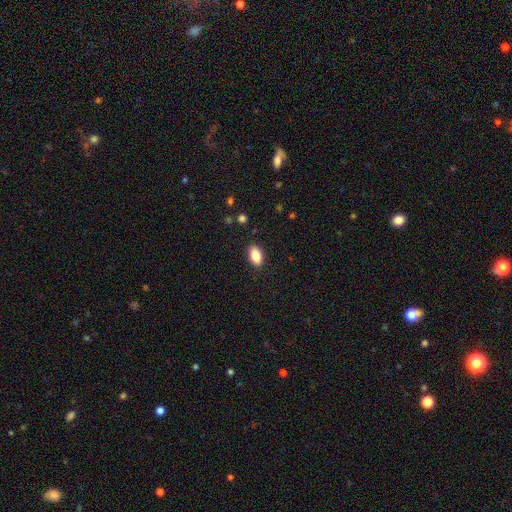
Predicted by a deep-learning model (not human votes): A smooth galaxy with no disk features (84%) that is in between round and cigar-shaped (89%).

Vote fractions:
- Smooth or featured? smooth: 84% / featured or disk: 8% / star or artifact: 8%
- How rounded? in between: 89% / cigar-shaped: 7% / round: 4%
- Merging? none: 88% / minor disturbance: 9% / major disturbance: 2% / merger: 1%